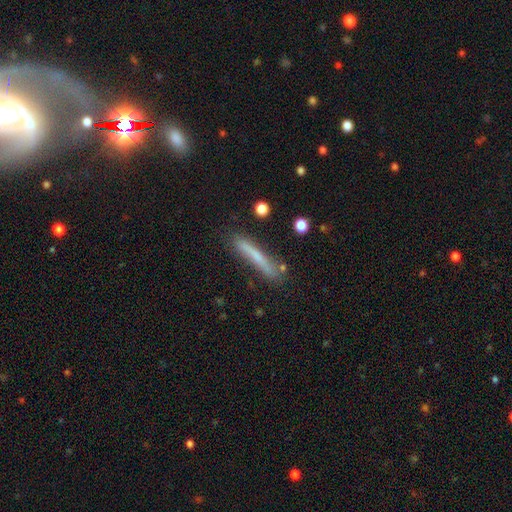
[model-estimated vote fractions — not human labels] Q: Smooth or featured?
A: smooth (61%); runner-up: featured or disk (31%)
Q: How rounded?
A: cigar-shaped (95%); runner-up: in between (4%)
Q: Merging?
A: none (76%); runner-up: minor disturbance (16%)